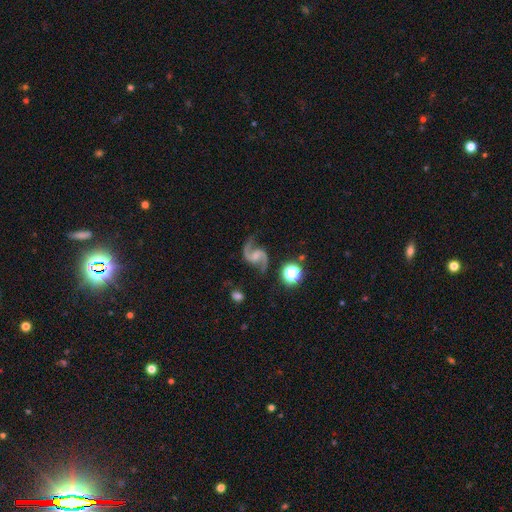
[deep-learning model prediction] This is clearly a featured or disk galaxy (91%). It is clearly not viewed edge-on (98%). Bar: marginally no (44%). Spiral arm pattern: clearly yes (98%). Spiral arm count: clearly 2 (94%). Spiral winding: possibly loose (51%). Central bulge: marginally small (39%). Merging: likely none (77%).